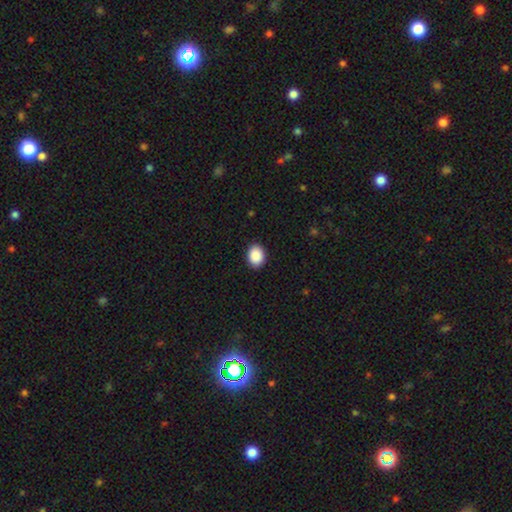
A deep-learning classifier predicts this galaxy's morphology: smooth-or-featured: smooth: 90% | star or artifact: 7% | featured or disk: 3%
  how-rounded: in between: 63% | round: 36% | cigar-shaped: 1%
  merging: none: 91% | minor disturbance: 7% | major disturbance: 2% | merger: 1%